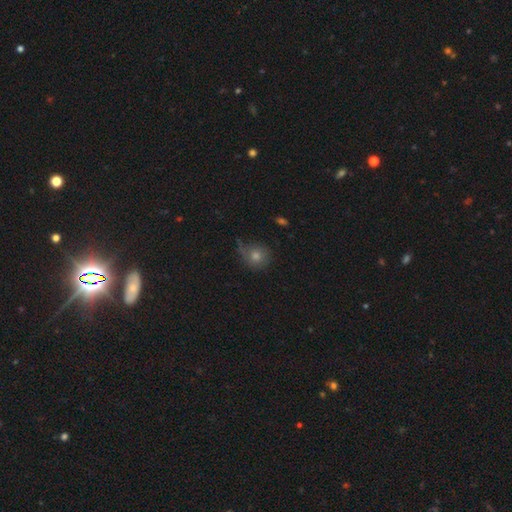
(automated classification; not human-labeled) smooth_or_featured: smooth (p=0.68) [alt: featured or disk p=0.16]
how_rounded: round (p=0.87) [alt: in between p=0.12]
merging: none (p=0.56) [alt: minor disturbance p=0.25]